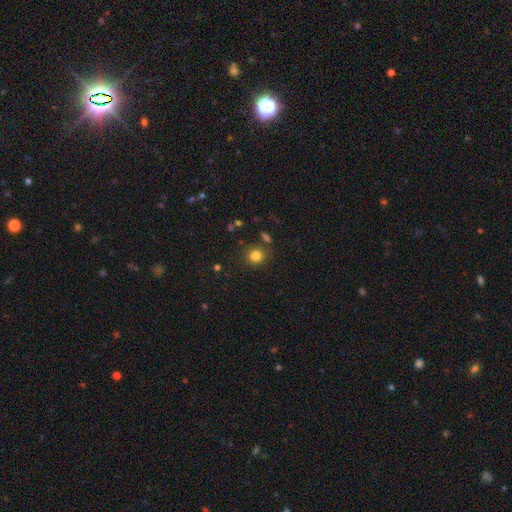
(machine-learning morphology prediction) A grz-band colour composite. It shows a smooth galaxy with no disk features (82%) that is round (85%). Merging: none (82%).